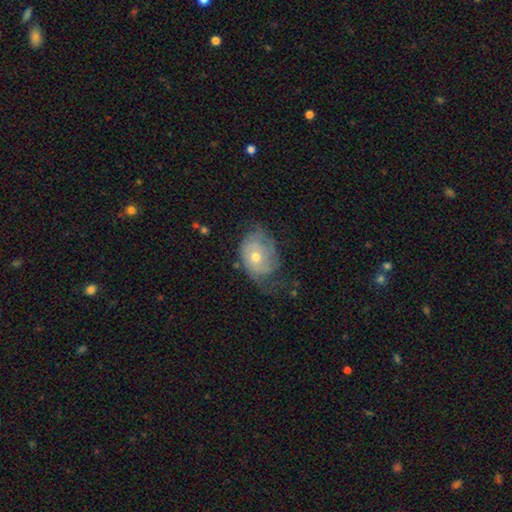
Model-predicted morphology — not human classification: featured or disk 64%, smooth 28%, star or artifact 7%. Down the decision tree: edge-on disk — no (96%); bar — no (80%); spiral arms — yes (79%); bulge size — moderate (57%); merging — none (45%).